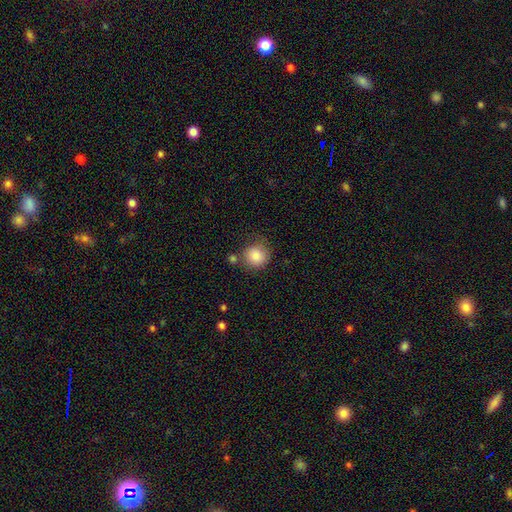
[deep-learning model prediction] Morphology: type=smooth (85%); roundness=round (90%); merging=none (69%).